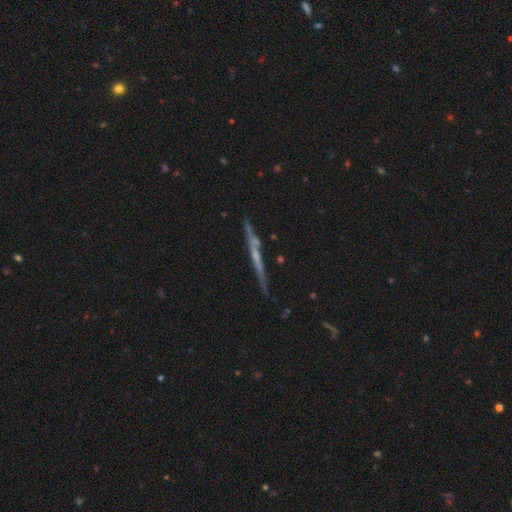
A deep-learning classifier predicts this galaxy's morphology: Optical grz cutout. It shows a featured or disk galaxy (64%) viewed edge-on (96%) with no central bulge (77%). Merging: none (82%).